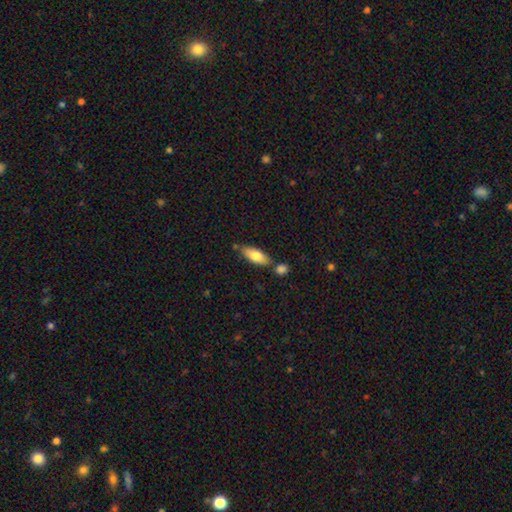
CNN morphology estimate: This is likely a smooth galaxy (74%). How rounded: likely in between (74%). Merging: likely none (69%).